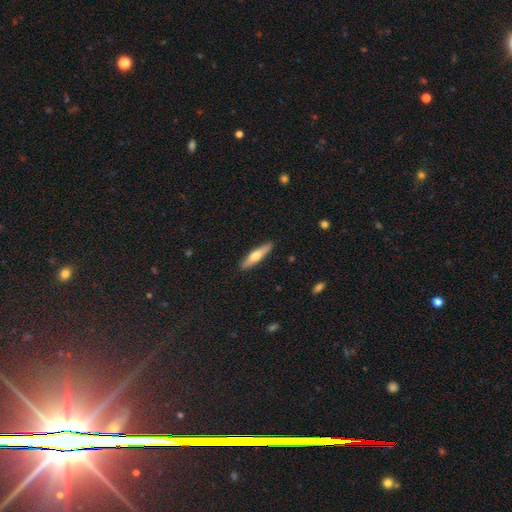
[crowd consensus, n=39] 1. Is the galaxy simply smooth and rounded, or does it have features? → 56% featured or disk, 38% smooth, 5% star or artifact.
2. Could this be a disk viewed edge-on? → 86% yes, 14% no.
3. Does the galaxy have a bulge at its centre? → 95% rounded, 5% boxy, 0% none.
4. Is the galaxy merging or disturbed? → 92% none, 8% minor disturbance, 0% major disturbance, 0% merger.